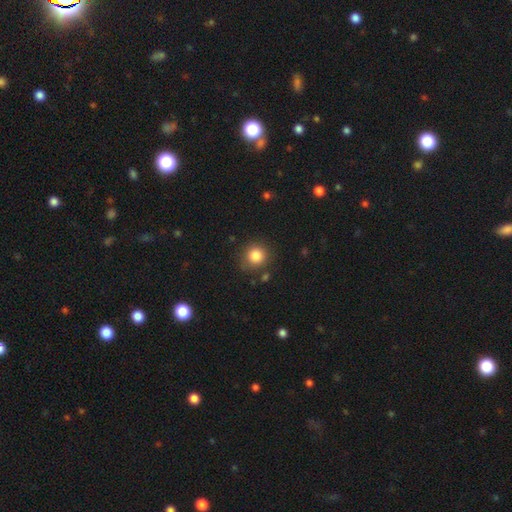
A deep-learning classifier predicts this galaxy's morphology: smooth_or_featured: smooth (p=0.84) [alt: star or artifact p=0.11]
how_rounded: round (p=0.89) [alt: in between p=0.10]
merging: none (p=0.82) [alt: minor disturbance p=0.11]